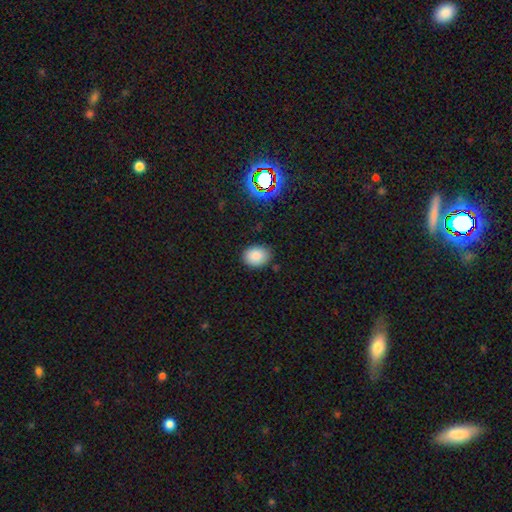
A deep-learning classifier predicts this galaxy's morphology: The model was most divided on "how rounded": in between: 53%, round: 46%, cigar-shaped: 1%. More confident: smooth or featured — smooth (85%); merging — none (83%).